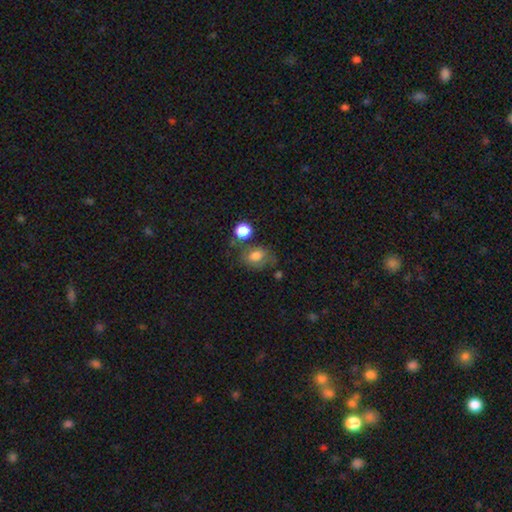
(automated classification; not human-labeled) Morphology: type=smooth (72%); roundness=in between (64%); merging=none (49%).